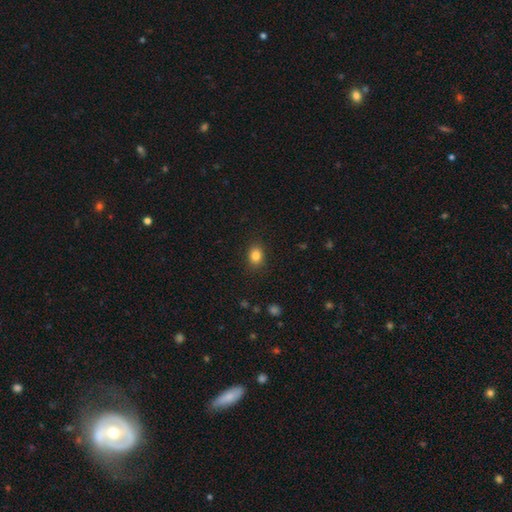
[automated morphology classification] smooth-or-featured: smooth: 85% | star or artifact: 10% | featured or disk: 5%
  how-rounded: in between: 58% | round: 41% | cigar-shaped: 1%
  merging: none: 88% | minor disturbance: 9% | major disturbance: 3% | merger: 1%